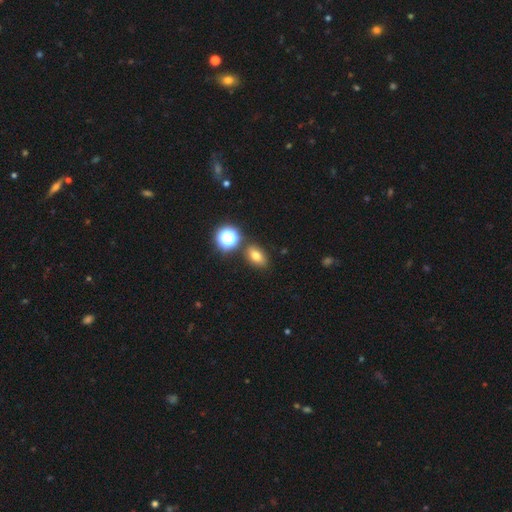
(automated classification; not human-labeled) Smooth or featured: smooth — 71% (star or artifact — 18%)
How rounded: in between — 75% (round — 22%)
Merging: none — 81% (minor disturbance — 10%)